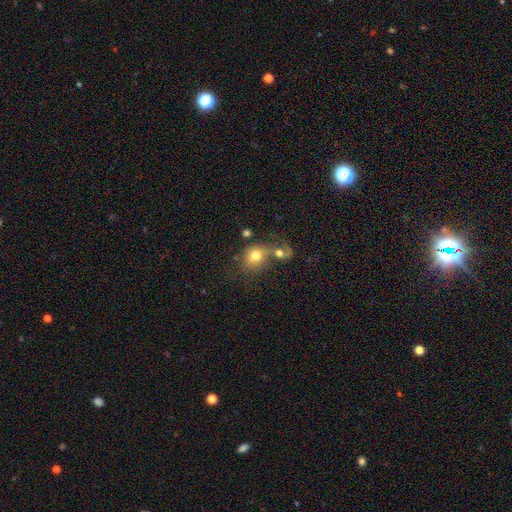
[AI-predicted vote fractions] This is likely a smooth galaxy (72%). How rounded: likely round (64%). Merging: possibly merger (57%).